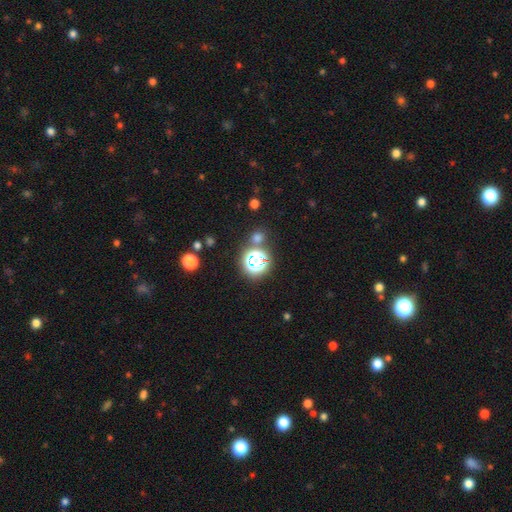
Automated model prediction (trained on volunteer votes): Q: Smooth or featured?
A: star or artifact (50%); runner-up: smooth (41%)